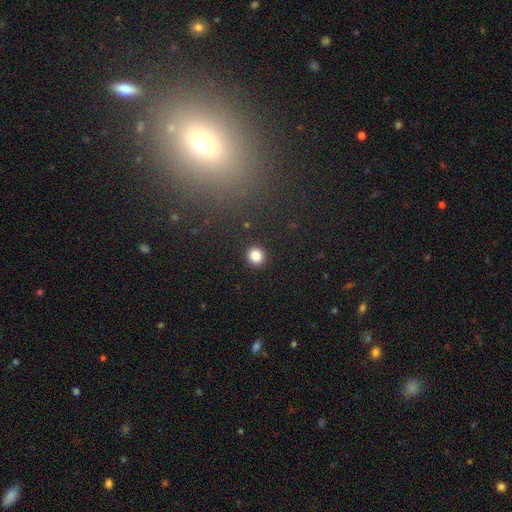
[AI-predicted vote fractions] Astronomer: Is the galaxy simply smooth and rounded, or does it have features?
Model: smooth — 85%.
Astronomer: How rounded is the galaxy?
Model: round — 91%.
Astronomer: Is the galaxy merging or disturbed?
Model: none — 92%.